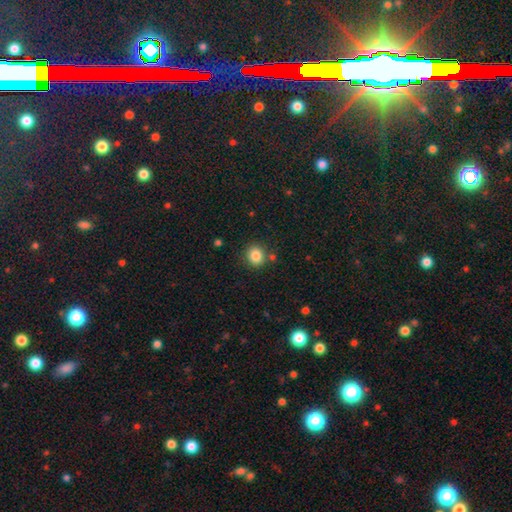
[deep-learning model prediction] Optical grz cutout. It shows a smooth galaxy with no disk features (85%) that is round (80%). Merging: none (83%).